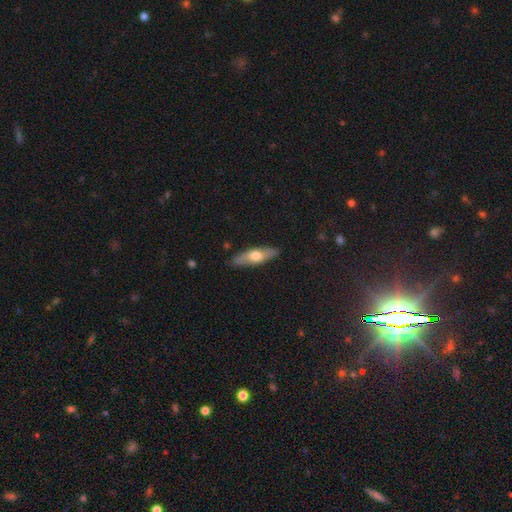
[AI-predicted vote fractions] The model was most divided on "smooth or featured": smooth: 51%, featured or disk: 44%, star or artifact: 5%. More confident: merging — none (86%); how rounded — cigar-shaped (56%).